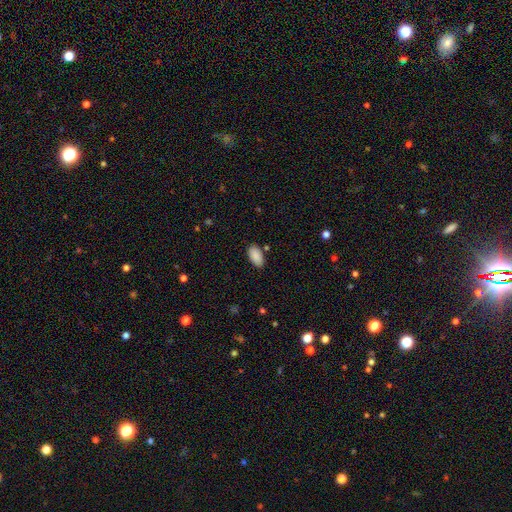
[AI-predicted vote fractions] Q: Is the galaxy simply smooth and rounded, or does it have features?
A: smooth — 90%.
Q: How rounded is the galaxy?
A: in between — 95%.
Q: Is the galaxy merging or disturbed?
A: none — 84%.